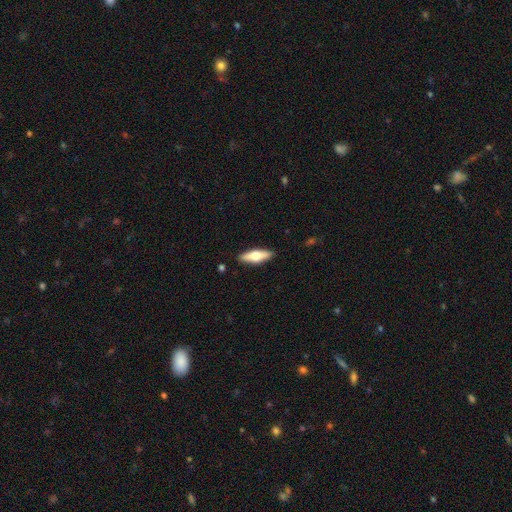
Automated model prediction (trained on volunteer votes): Morphology: type=smooth (54%); roundness=cigar-shaped (52%); merging=none (89%).